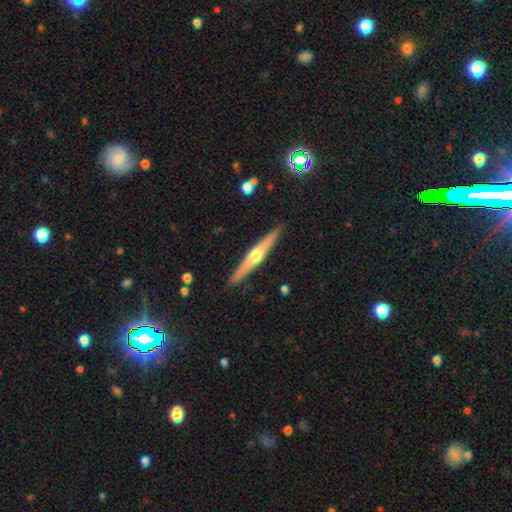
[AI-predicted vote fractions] Smooth or featured?
  - featured or disk: 67% *
  - smooth: 28%
  - star or artifact: 5%
Edge-on disk?
  - yes: 97% *
  - no: 3%
Edge-on bulge?
  - rounded: 90% *
  - none: 6%
  - boxy: 4%
Merging?
  - none: 91% *
  - minor disturbance: 7%
  - major disturbance: 1%
  - merger: 1%